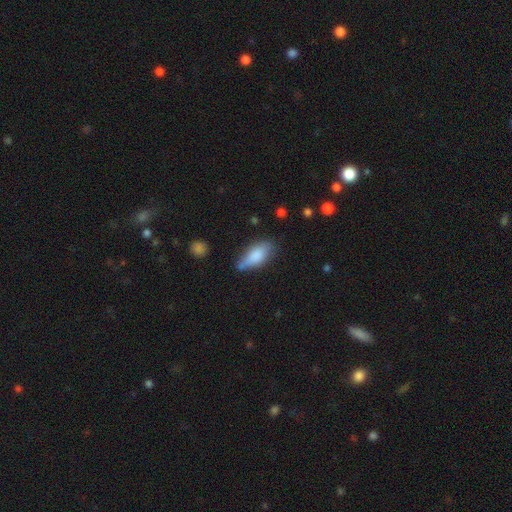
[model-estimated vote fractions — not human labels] Smooth or featured: smooth — 81% (featured or disk — 13%)
How rounded: in between — 81% (cigar-shaped — 17%)
Merging: none — 54% (minor disturbance — 31%)